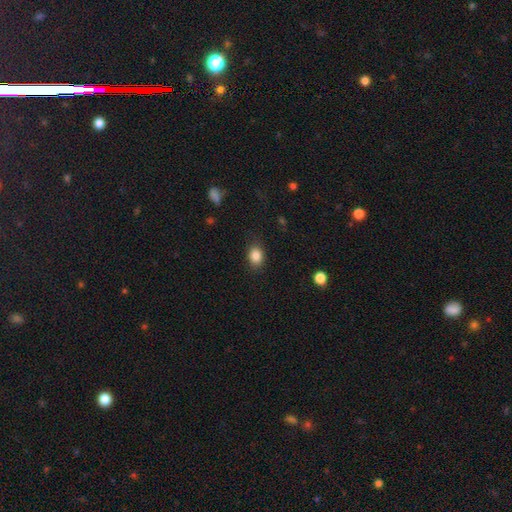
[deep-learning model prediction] Overall: smooth (86%). How rounded: in between (65%; round 34%). Merging: none (82%).